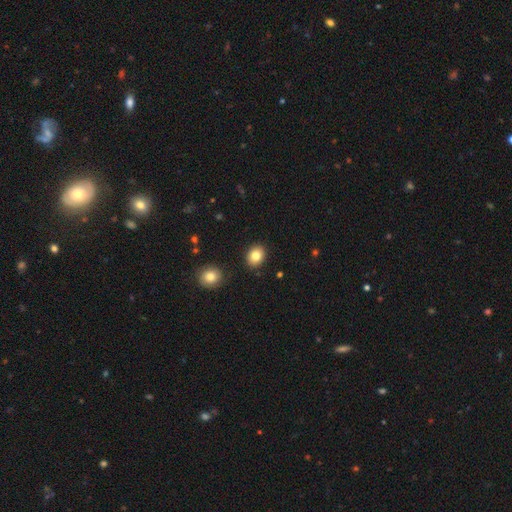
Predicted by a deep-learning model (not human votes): A smooth galaxy with no disk features (82%) that is round (50%).

Vote fractions:
- Smooth or featured? smooth: 82% / star or artifact: 9% / featured or disk: 8%
- How rounded? round: 50% / in between: 49% / cigar-shaped: 1%
- Merging? none: 88% / minor disturbance: 7% / merger: 2% / major disturbance: 2%